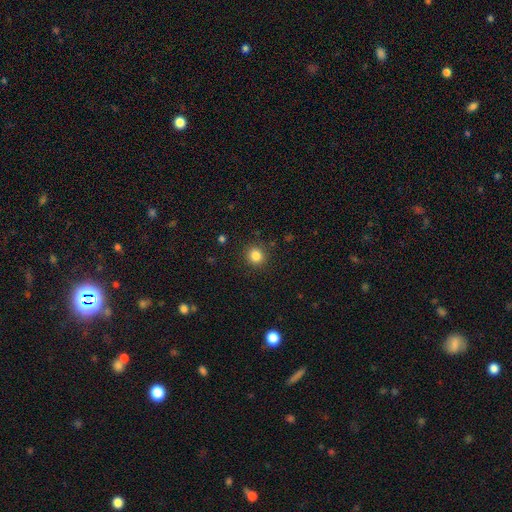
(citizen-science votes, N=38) A smooth galaxy with no disk features (84%) that is round (91%).

Vote fractions:
- Smooth or featured? smooth: 84% / featured or disk: 11% / star or artifact: 5%
- How rounded? round: 91% / in between: 9% / cigar-shaped: 0%
- Merging? none: 86% / major disturbance: 11% / minor disturbance: 3% / merger: 0%